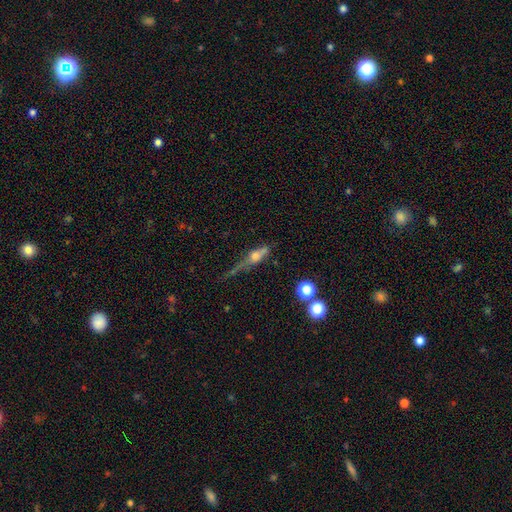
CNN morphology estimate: A featured or disk galaxy (48%).

Vote fractions:
- Smooth or featured? featured or disk: 48% / smooth: 39% / star or artifact: 13%
- Merging? none: 37% / minor disturbance: 29% / major disturbance: 27% / merger: 7%